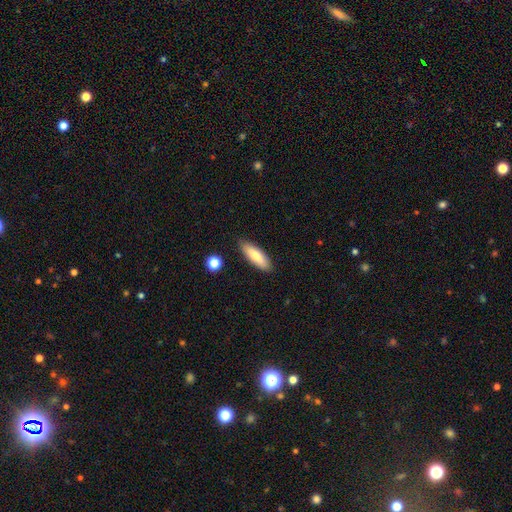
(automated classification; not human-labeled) smooth 75%, featured or disk 18%, star or artifact 6%. Down the decision tree: how rounded — in between (53%); merging — none (85%).